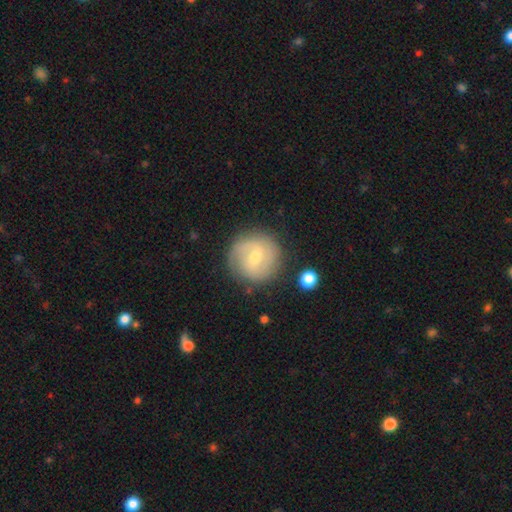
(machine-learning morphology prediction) This appears to be a featured or disk galaxy (58%) with a weak bar (58%), spiral arms (79%) and a moderate central bulge (60%). Merging: none (83%).